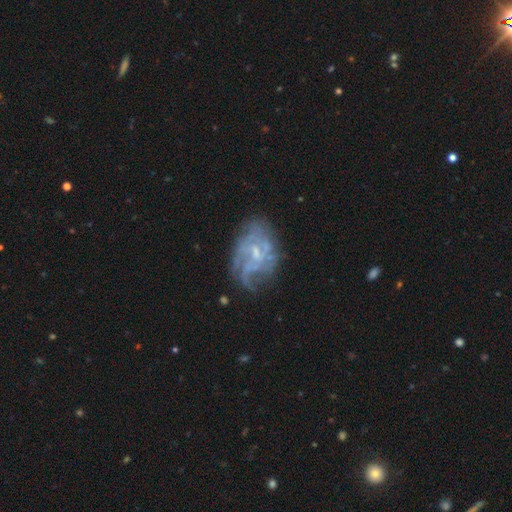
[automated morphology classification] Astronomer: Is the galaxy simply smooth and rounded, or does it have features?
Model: featured or disk — 66%.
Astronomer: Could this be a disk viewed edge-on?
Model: no — 96%.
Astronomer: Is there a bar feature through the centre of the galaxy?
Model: no — 57% (runner-up: weak, 36%).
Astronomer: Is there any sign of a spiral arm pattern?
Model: yes — 75%.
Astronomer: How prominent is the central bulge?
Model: small — 60%.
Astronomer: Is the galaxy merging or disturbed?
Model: none — 63%.